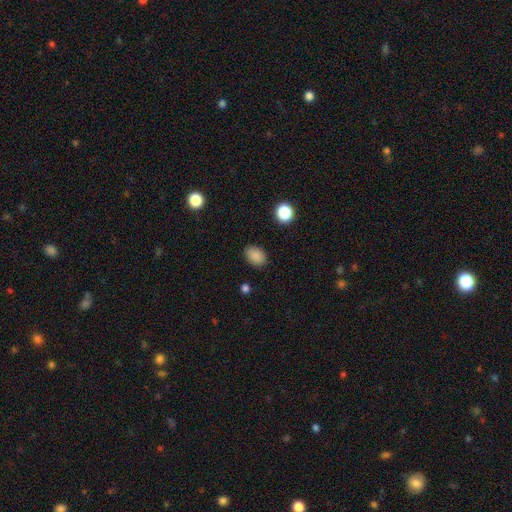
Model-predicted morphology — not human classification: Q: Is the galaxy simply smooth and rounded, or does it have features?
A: smooth — 86%.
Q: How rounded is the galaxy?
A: in between — 75%.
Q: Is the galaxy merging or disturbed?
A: none — 86%.